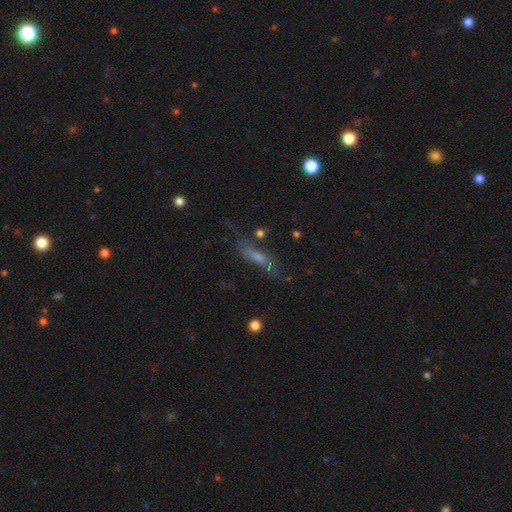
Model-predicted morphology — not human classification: Smooth or featured?
  - featured or disk: 48% *
  - smooth: 35%
  - star or artifact: 17%
Merging?
  - none: 59% *
  - minor disturbance: 22%
  - major disturbance: 15%
  - merger: 5%